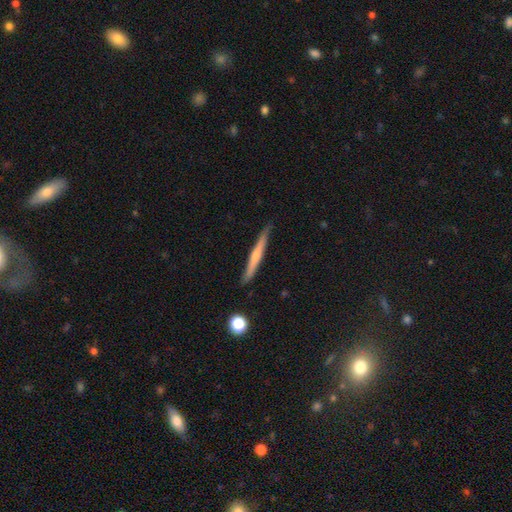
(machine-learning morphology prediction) A featured or disk galaxy (57%) viewed edge-on (96%) with a rounded central bulge (58%). Merging: none (87%).